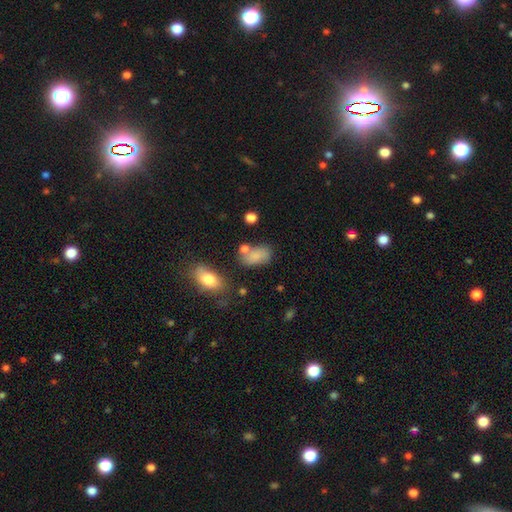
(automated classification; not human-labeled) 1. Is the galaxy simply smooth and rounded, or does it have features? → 78% smooth, 11% featured or disk, 10% star or artifact.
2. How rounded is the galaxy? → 88% in between, 9% round, 2% cigar-shaped.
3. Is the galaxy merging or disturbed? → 51% none, 22% minor disturbance, 18% merger, 9% major disturbance.